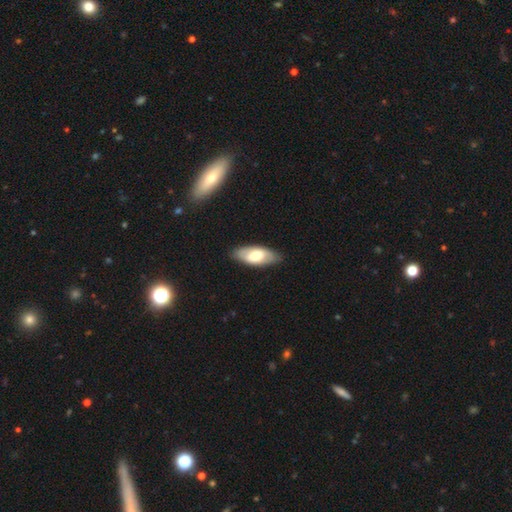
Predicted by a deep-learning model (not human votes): Overall: smooth (59%; featured or disk 36%). How rounded: in between (87%). Merging: none (84%).